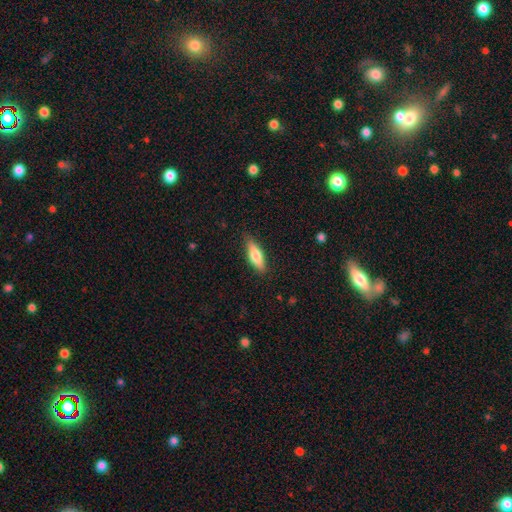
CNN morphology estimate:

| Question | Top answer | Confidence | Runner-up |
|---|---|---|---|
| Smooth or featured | smooth | 70% | featured or disk (24%) |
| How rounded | in between | 53% | cigar-shaped (45%) |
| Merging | none | 84% | minor disturbance (12%) |